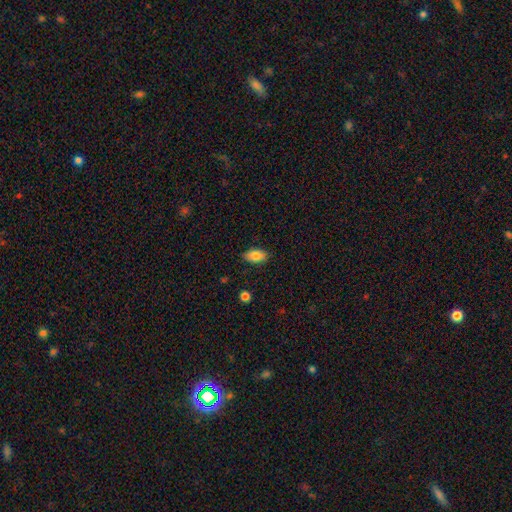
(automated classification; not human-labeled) Smooth or featured?
  - smooth: 85% *
  - featured or disk: 8%
  - star or artifact: 7%
How rounded?
  - in between: 92% *
  - round: 5%
  - cigar-shaped: 3%
Merging?
  - none: 86% *
  - minor disturbance: 11%
  - major disturbance: 2%
  - merger: 1%